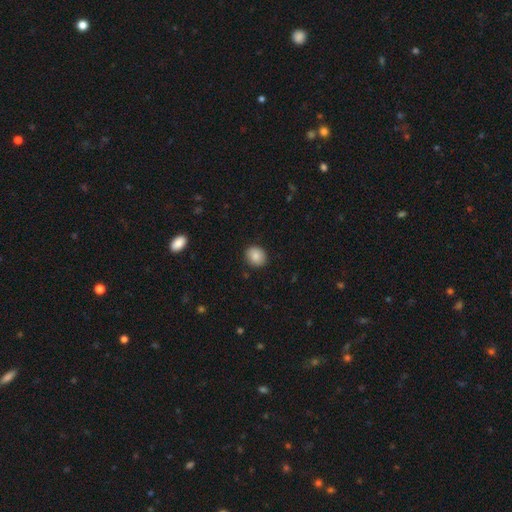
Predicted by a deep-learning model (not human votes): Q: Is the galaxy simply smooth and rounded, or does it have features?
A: smooth — 87%.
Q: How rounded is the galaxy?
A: round — 69%.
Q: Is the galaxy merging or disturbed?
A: none — 89%.